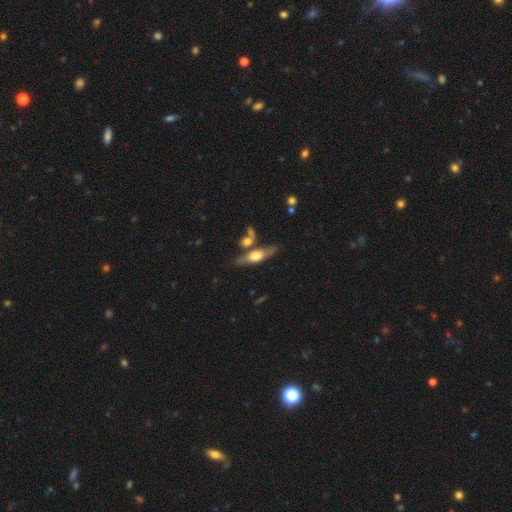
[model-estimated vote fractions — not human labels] A featured or disk galaxy (57%) viewed edge-on (84%).

Vote fractions:
- Smooth or featured? featured or disk: 57% / smooth: 37% / star or artifact: 6%
- Edge-on disk? yes: 84% / no: 16%
- Merging? none: 67% / merger: 15% / minor disturbance: 14% / major disturbance: 4%